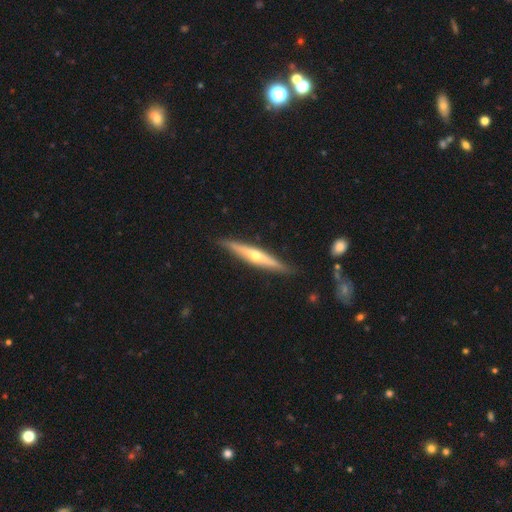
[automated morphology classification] A featured or disk galaxy (70%) viewed edge-on (96%) with a rounded central bulge (88%).

Vote fractions:
- Smooth or featured? featured or disk: 70% / smooth: 25% / star or artifact: 5%
- Edge-on disk? yes: 96% / no: 4%
- Edge-on bulge? rounded: 88% / none: 9% / boxy: 3%
- Merging? none: 89% / minor disturbance: 8% / major disturbance: 2% / merger: 1%